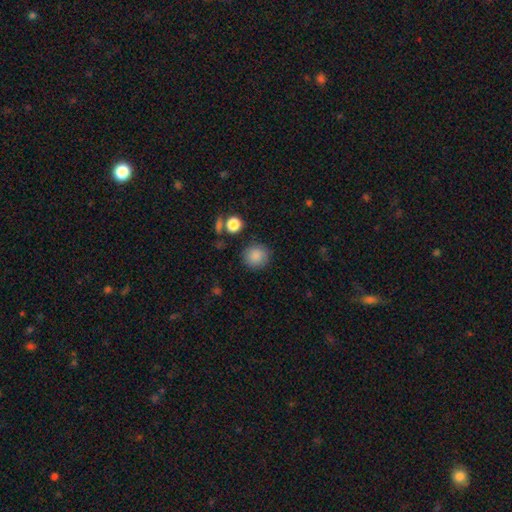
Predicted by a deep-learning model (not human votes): Smooth or featured?
  - smooth: 86% *
  - star or artifact: 9%
  - featured or disk: 5%
How rounded?
  - round: 89% *
  - in between: 10%
  - cigar-shaped: 1%
Merging?
  - none: 85% *
  - minor disturbance: 9%
  - major disturbance: 3%
  - merger: 2%